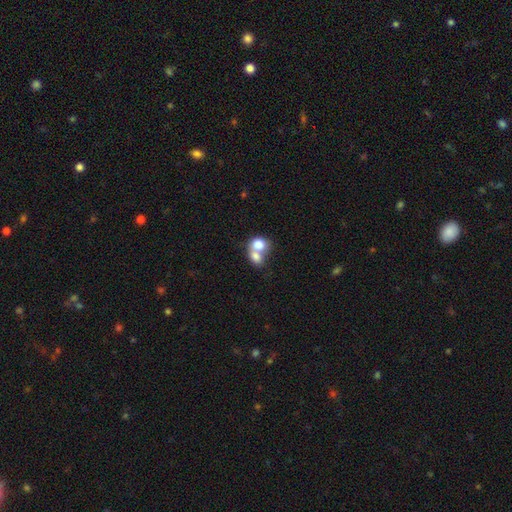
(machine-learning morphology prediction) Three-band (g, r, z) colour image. It shows a smooth galaxy with no disk features (74%) that is round (50%). Merging: merger (74%).